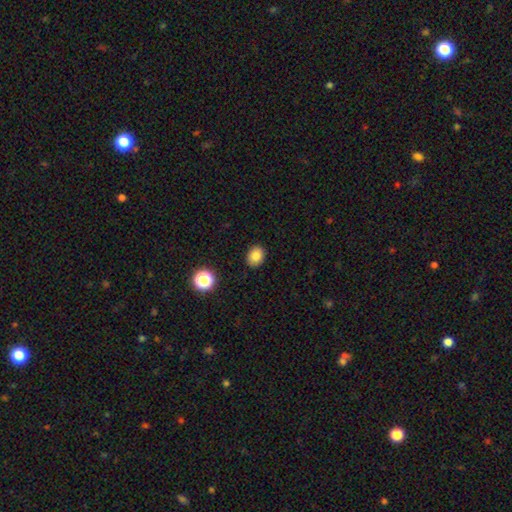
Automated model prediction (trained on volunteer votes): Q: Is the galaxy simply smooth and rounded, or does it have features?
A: smooth — 83%.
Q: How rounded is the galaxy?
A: in between — 52%.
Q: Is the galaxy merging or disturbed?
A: none — 87%.